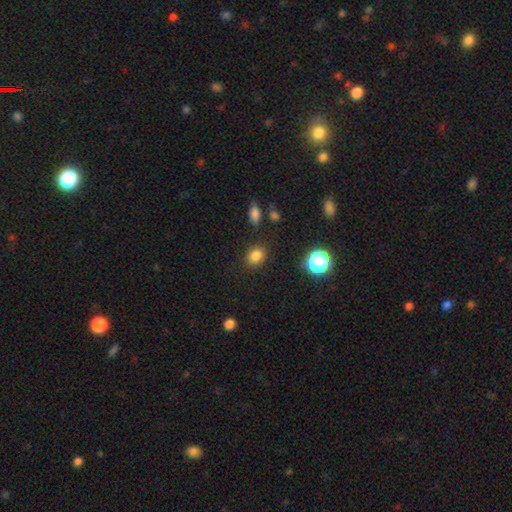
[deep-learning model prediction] Smooth or featured?
  - smooth: 81% *
  - star or artifact: 14%
  - featured or disk: 5%
How rounded?
  - round: 54% *
  - in between: 45%
  - cigar-shaped: 1%
Merging?
  - none: 84% *
  - minor disturbance: 10%
  - major disturbance: 3%
  - merger: 2%